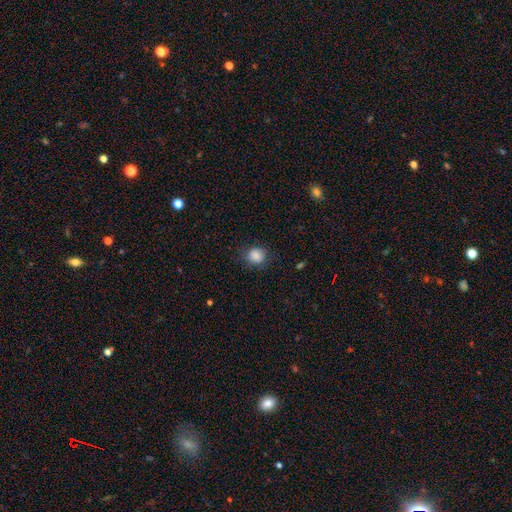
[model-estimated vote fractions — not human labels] Overall: smooth (87%). How rounded: round (79%). Merging: none (80%).